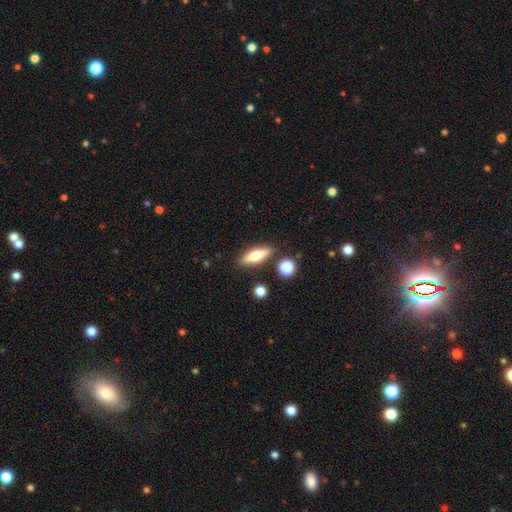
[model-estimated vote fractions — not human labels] smooth 53%, featured or disk 40%, star or artifact 7%. Down the decision tree: how rounded — in between (49%); merging — none (84%).